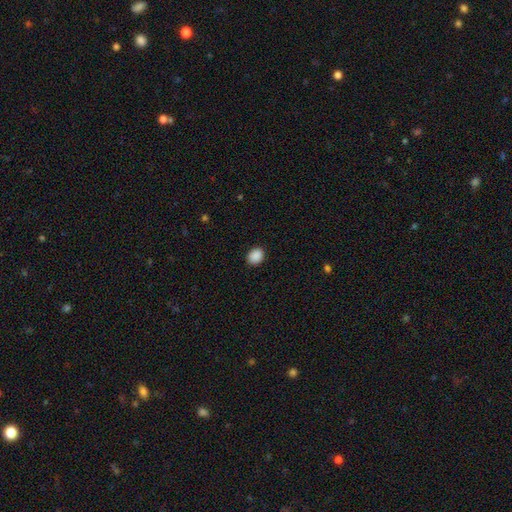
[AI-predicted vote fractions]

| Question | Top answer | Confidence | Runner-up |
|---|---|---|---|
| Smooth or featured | smooth | 89% | star or artifact (8%) |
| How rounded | in between | 52% | round (47%) |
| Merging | none | 90% | minor disturbance (7%) |